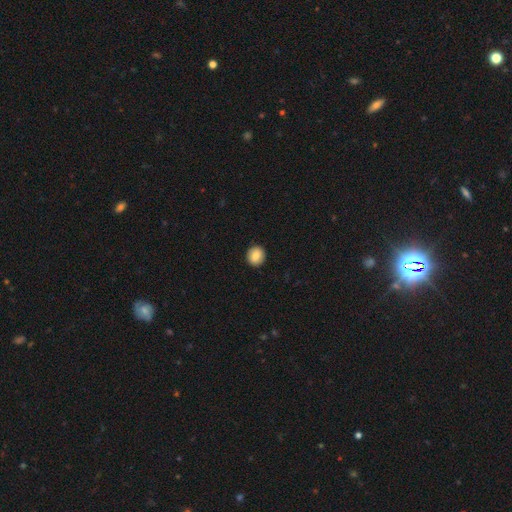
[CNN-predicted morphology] Overall: smooth (85%). How rounded: round (85%). Merging: none (92%).